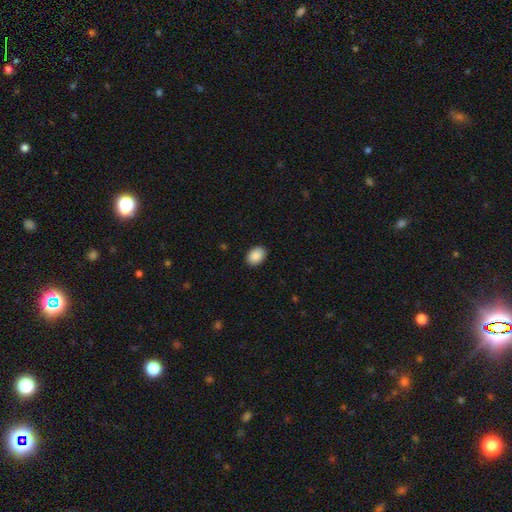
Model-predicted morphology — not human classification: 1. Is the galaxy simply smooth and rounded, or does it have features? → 89% smooth, 7% star or artifact, 3% featured or disk.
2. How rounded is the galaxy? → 76% in between, 23% round, 1% cigar-shaped.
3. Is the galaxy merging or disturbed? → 90% none, 7% minor disturbance, 2% major disturbance, 1% merger.